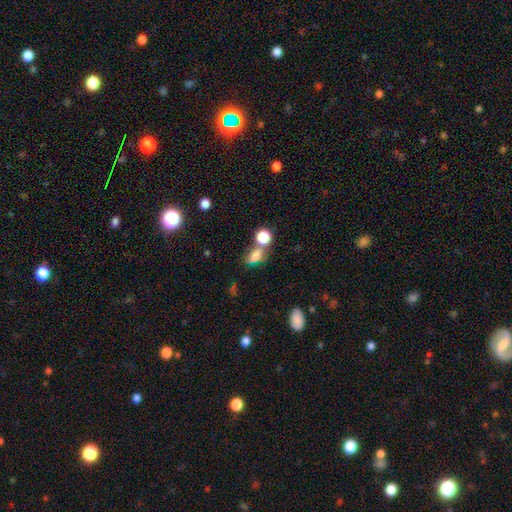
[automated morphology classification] Smooth or featured? smooth (71%)
How rounded? in between (70%)
Merging? none (41%)